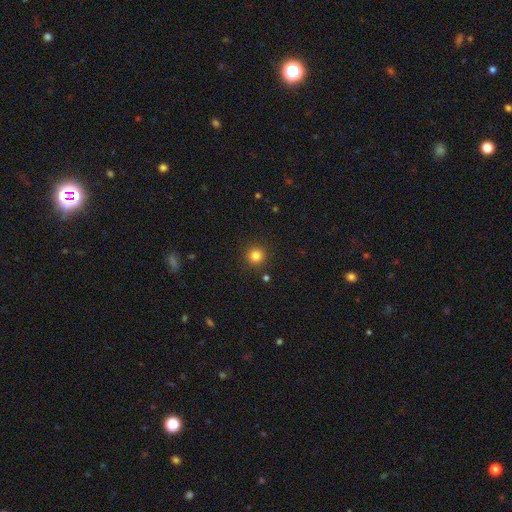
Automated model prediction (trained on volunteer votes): A smooth galaxy with no disk features (83%) that is round (95%). Merging: none (91%).